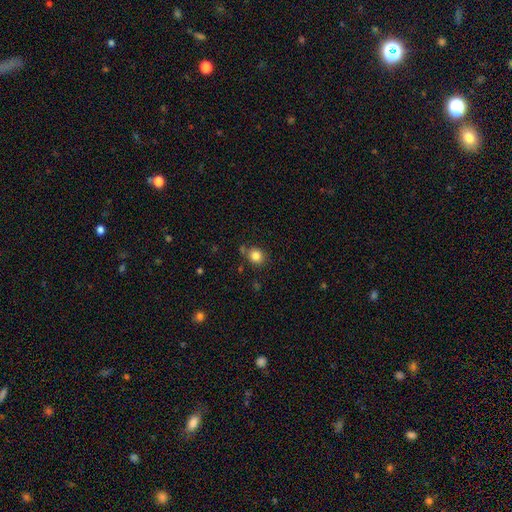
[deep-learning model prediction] smooth 83%, star or artifact 11%, featured or disk 6%. Down the decision tree: how rounded — round (76%); merging — none (74%).